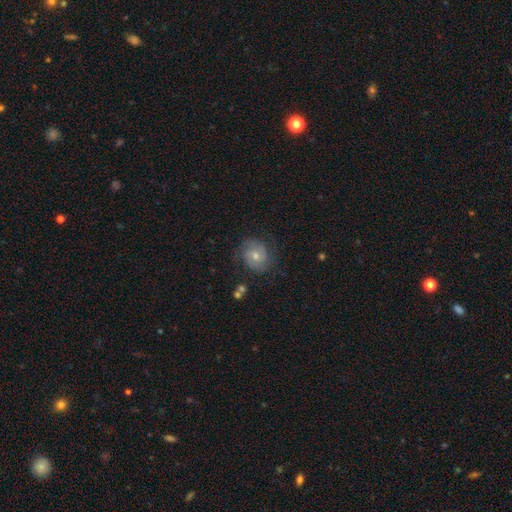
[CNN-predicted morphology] This appears to be a featured or disk galaxy (49%). Merging: none (72%).